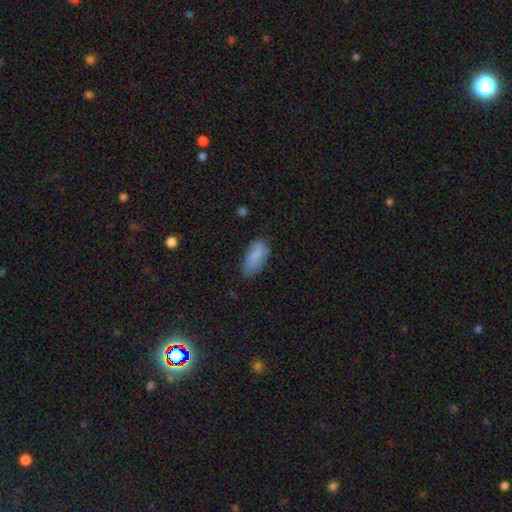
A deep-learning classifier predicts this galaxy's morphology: smooth-or-featured: smooth: 80% | featured or disk: 12% | star or artifact: 8%
  how-rounded: in between: 90% | cigar-shaped: 7% | round: 3%
  merging: none: 56% | minor disturbance: 31% | major disturbance: 11% | merger: 3%